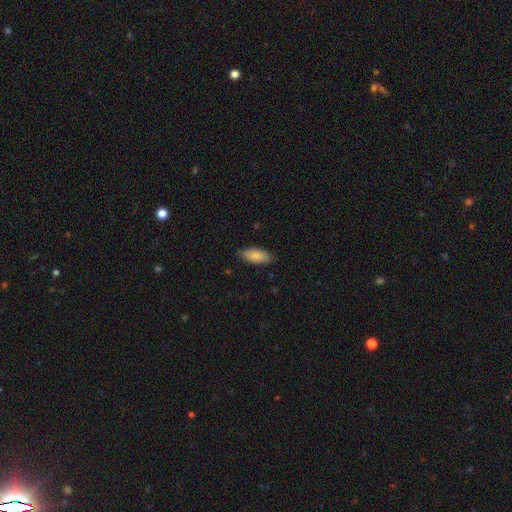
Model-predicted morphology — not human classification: The model was most divided on "how rounded": in between: 83%, cigar-shaped: 15%, round: 2%. More confident: smooth or featured — smooth (85%); merging — none (85%).